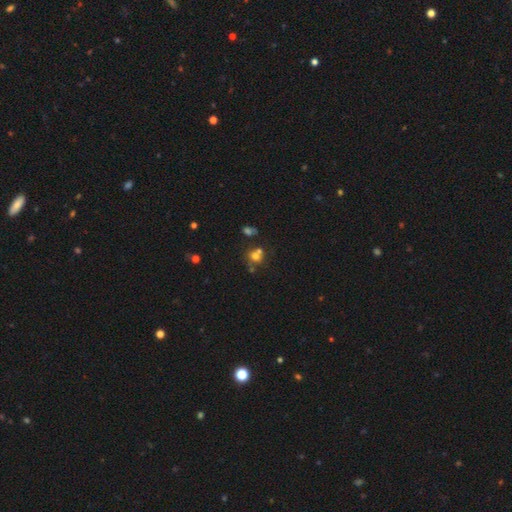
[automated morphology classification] Q: Smooth or featured?
A: smooth (62%); runner-up: star or artifact (22%)
Q: How rounded?
A: round (79%); runner-up: in between (20%)
Q: Merging?
A: none (48%); runner-up: merger (37%)